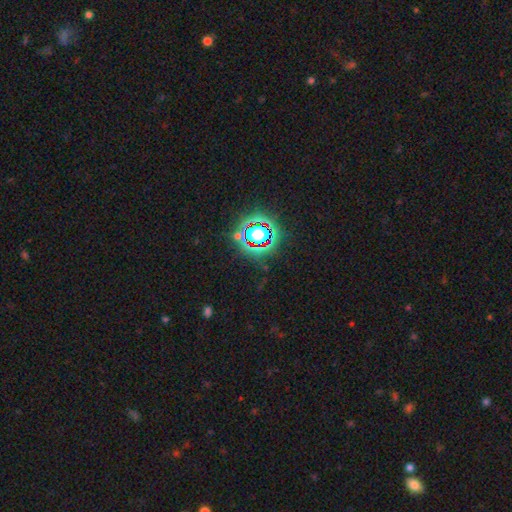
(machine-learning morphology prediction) A star or artifact, not a galaxy (79%).

Vote fractions:
- Smooth or featured? star or artifact: 79% / smooth: 13% / featured or disk: 9%